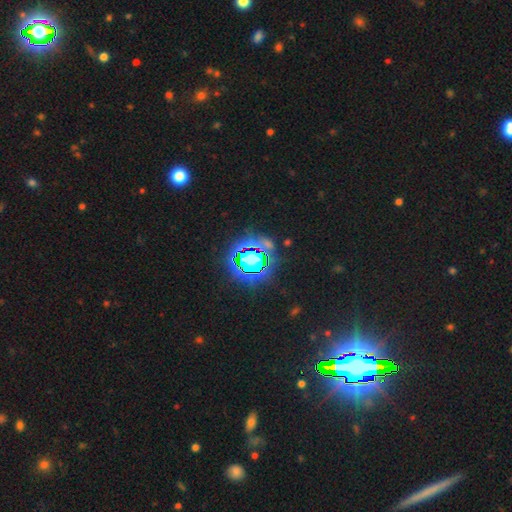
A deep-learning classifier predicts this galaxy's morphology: smooth-or-featured: star or artifact: 83% | smooth: 9% | featured or disk: 8%